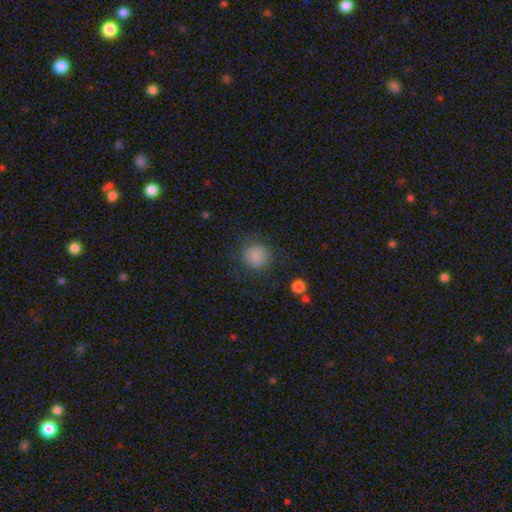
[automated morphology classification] smooth 85%, star or artifact 10%, featured or disk 5%. Down the decision tree: how rounded — round (90%); merging — none (82%).